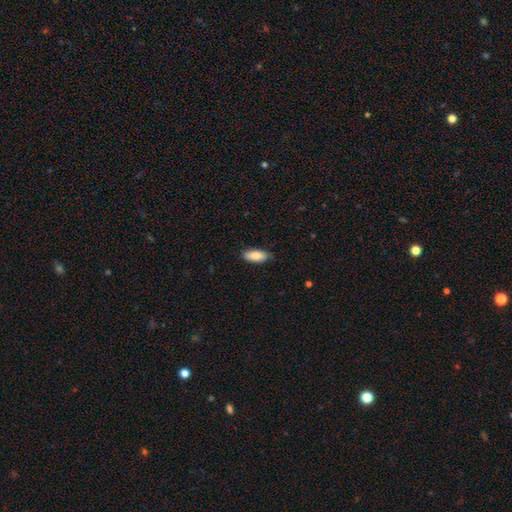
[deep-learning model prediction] Overall: smooth (83%). How rounded: in between (87%). Merging: none (80%).